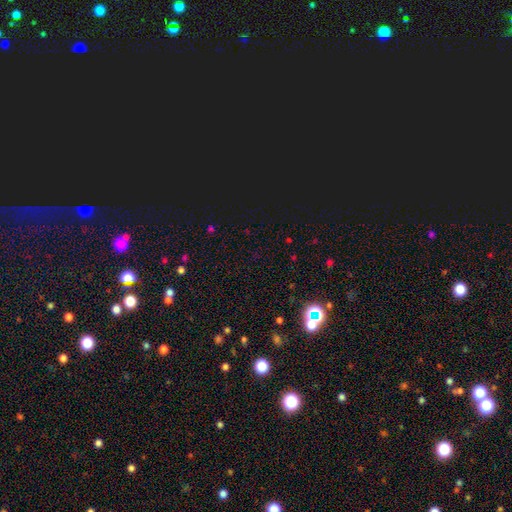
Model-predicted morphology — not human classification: Smooth or featured? Predicted: star or artifact (p=0.72).